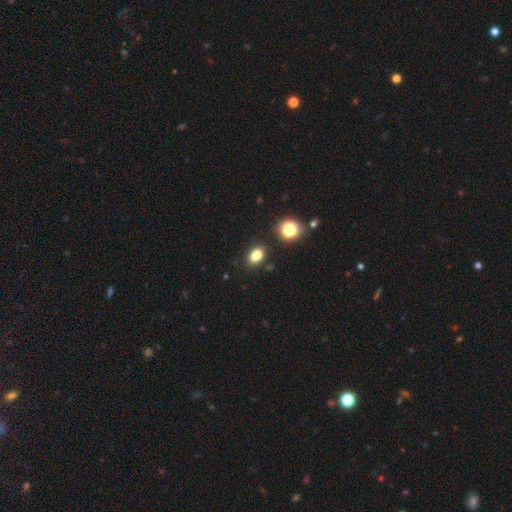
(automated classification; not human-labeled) Smooth or featured?
  - smooth: 80% *
  - star or artifact: 14%
  - featured or disk: 6%
How rounded?
  - in between: 77% *
  - round: 21%
  - cigar-shaped: 2%
Merging?
  - none: 84% *
  - minor disturbance: 9%
  - merger: 4%
  - major disturbance: 3%